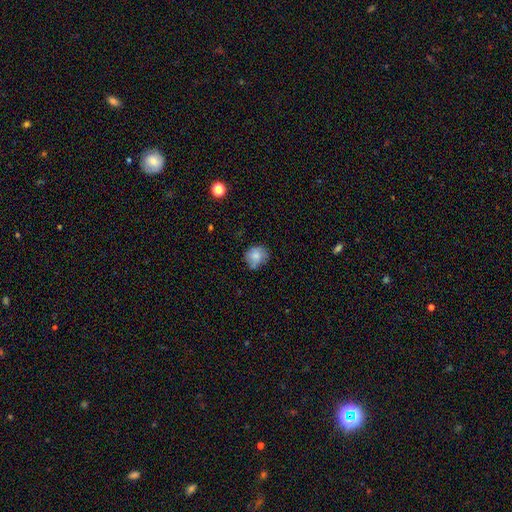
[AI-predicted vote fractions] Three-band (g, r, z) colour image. It shows a smooth galaxy with no disk features (74%) that is round (72%). Merging: none (60%).